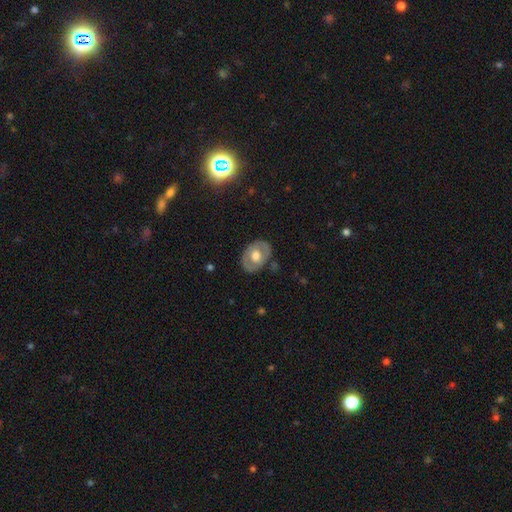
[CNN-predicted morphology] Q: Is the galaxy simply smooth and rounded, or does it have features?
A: featured or disk — 47%, tied with smooth.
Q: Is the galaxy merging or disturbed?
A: none — 81%.